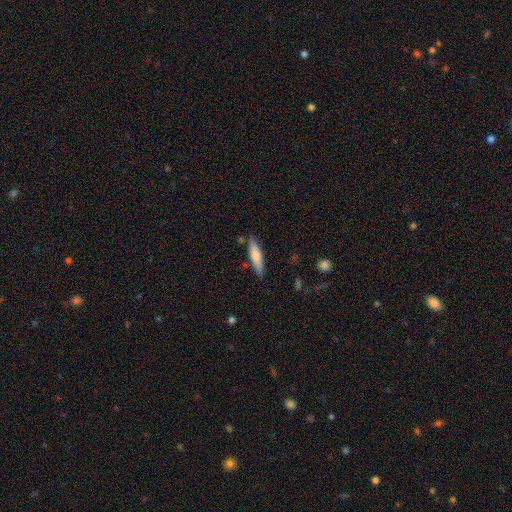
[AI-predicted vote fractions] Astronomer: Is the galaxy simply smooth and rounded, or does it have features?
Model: smooth — 72%.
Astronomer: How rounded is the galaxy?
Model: cigar-shaped — 76%.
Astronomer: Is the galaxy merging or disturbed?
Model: none — 81%.